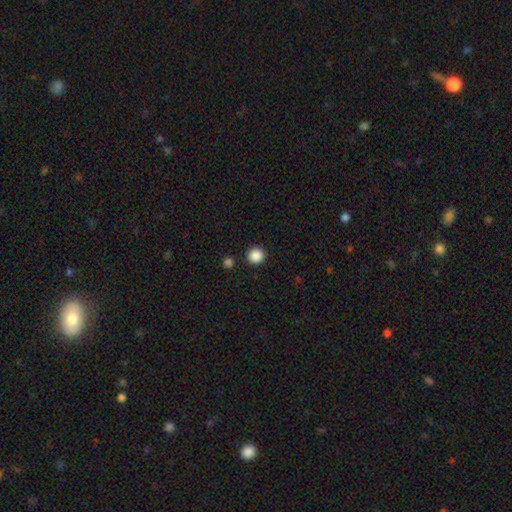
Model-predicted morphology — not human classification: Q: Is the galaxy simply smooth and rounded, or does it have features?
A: smooth — 87%.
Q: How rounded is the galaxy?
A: round — 94%.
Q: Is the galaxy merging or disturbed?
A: none — 90%.